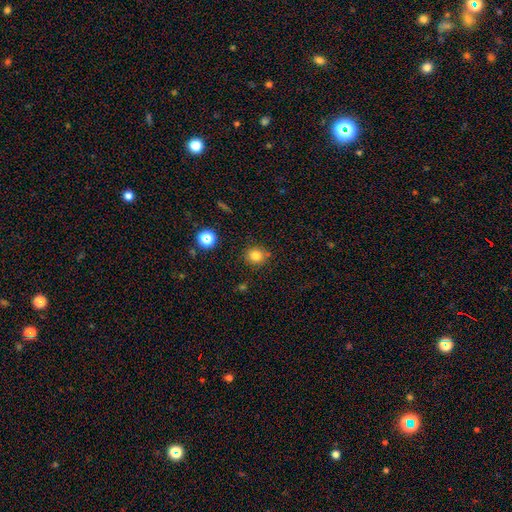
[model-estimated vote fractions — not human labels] This is clearly a smooth galaxy (81%). How rounded: clearly round (82%). Merging: clearly none (82%).